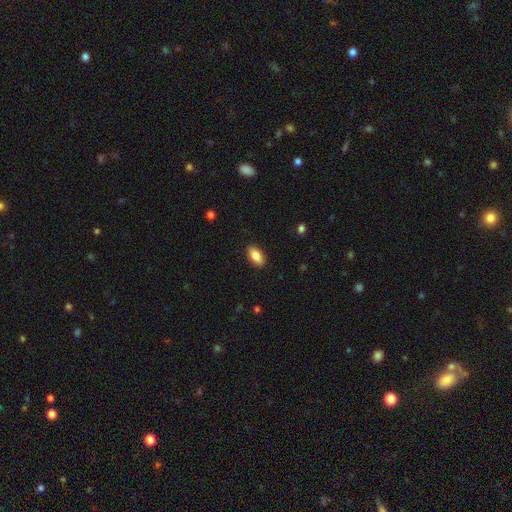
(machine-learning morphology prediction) Smooth or featured? Predicted: smooth (p=0.86). How rounded? Predicted: in between (p=0.92). Merging? Predicted: none (p=0.89).